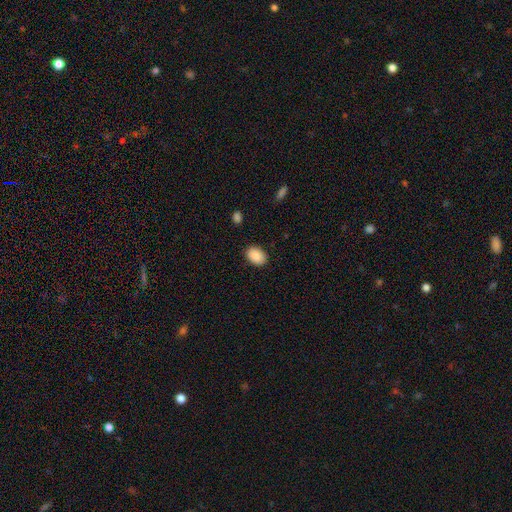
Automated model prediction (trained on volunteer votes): Smooth or featured?
  - smooth: 90% *
  - star or artifact: 7%
  - featured or disk: 3%
How rounded?
  - in between: 81% *
  - round: 18%
  - cigar-shaped: 1%
Merging?
  - none: 87% *
  - minor disturbance: 9%
  - major disturbance: 2%
  - merger: 1%